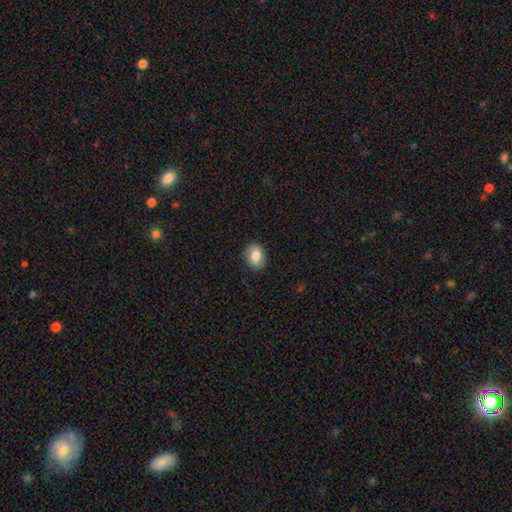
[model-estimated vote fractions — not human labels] This appears to be a smooth galaxy with no disk features (80%) that is in between round and cigar-shaped (65%). Merging: none (87%).